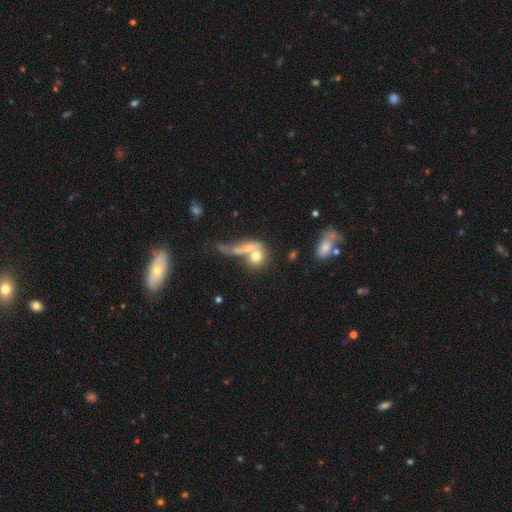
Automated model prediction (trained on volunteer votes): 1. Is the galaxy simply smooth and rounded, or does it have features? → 62% smooth, 27% featured or disk, 11% star or artifact.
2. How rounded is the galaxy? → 54% round, 39% in between, 7% cigar-shaped.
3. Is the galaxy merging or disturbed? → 59% merger, 21% none, 12% major disturbance, 8% minor disturbance.